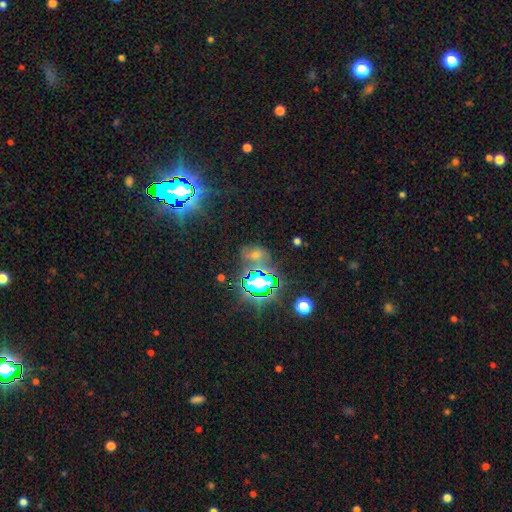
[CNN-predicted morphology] star or artifact 64%, smooth 22%, featured or disk 14%.